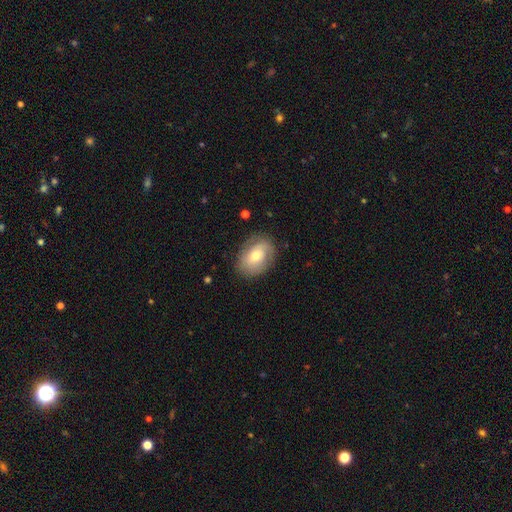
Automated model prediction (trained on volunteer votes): Smooth or featured?
  - smooth: 57% *
  - featured or disk: 35%
  - star or artifact: 8%
How rounded?
  - in between: 74% *
  - round: 25%
  - cigar-shaped: 1%
Merging?
  - none: 79% *
  - minor disturbance: 15%
  - major disturbance: 5%
  - merger: 1%